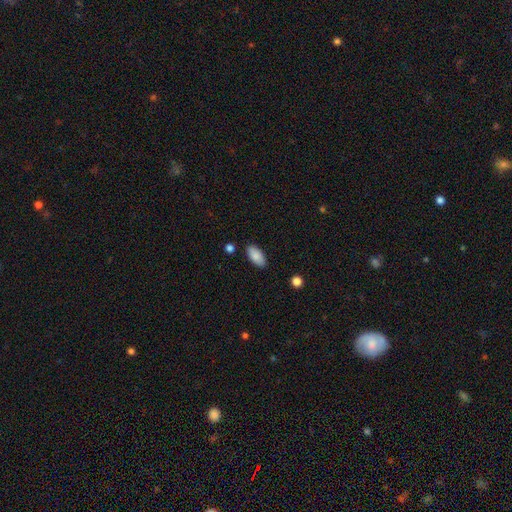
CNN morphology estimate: The model was most divided on "merging": none: 86%, minor disturbance: 9%, major disturbance: 2%, merger: 2%. More confident: how rounded — in between (93%); smooth or featured — smooth (87%).